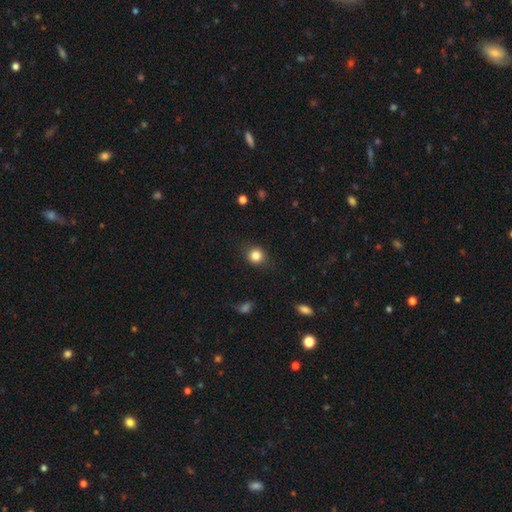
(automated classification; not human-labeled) Smooth or featured: smooth — 84% (star or artifact — 11%)
How rounded: round — 82% (in between — 17%)
Merging: none — 83% (minor disturbance — 12%)